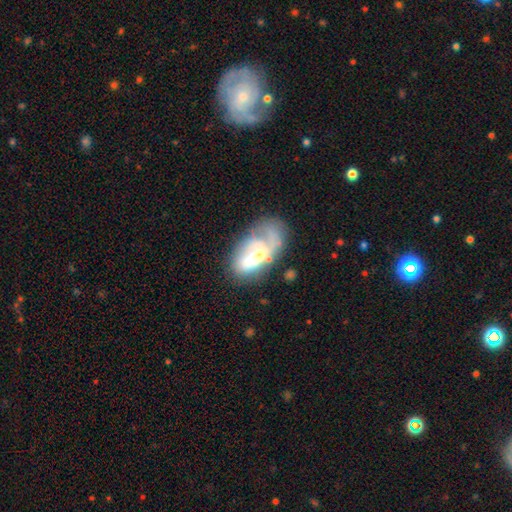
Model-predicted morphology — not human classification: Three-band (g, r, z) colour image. It shows a featured or disk galaxy (56%) with no bar (41%), spiral arms (58%) and a moderate central bulge (37%). Merging: major disturbance (35%).